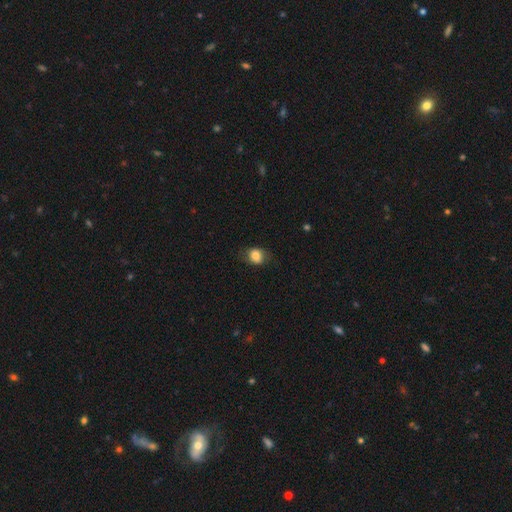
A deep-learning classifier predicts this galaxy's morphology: Smooth or featured?
  - smooth: 82% *
  - featured or disk: 9%
  - star or artifact: 9%
How rounded?
  - in between: 53% *
  - round: 45%
  - cigar-shaped: 1%
Merging?
  - none: 71% *
  - minor disturbance: 21%
  - major disturbance: 7%
  - merger: 1%